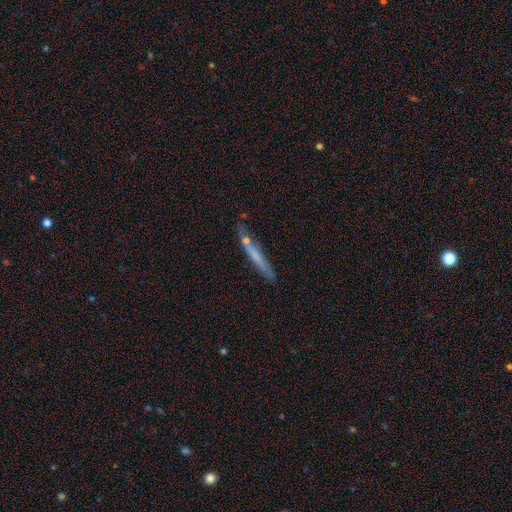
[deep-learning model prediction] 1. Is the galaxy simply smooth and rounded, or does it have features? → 55% smooth, 38% featured or disk, 7% star or artifact.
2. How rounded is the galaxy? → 95% cigar-shaped, 3% in between, 1% round.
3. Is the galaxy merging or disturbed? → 70% none, 17% minor disturbance, 8% merger, 5% major disturbance.